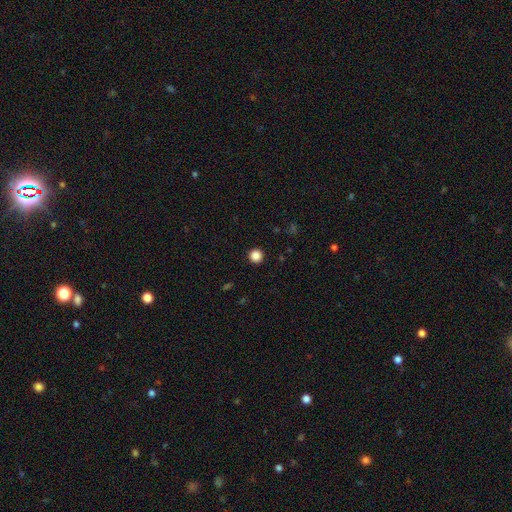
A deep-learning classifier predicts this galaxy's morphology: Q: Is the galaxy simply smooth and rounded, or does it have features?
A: smooth — 86%.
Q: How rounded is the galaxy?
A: round — 96%.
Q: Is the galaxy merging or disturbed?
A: none — 93%.